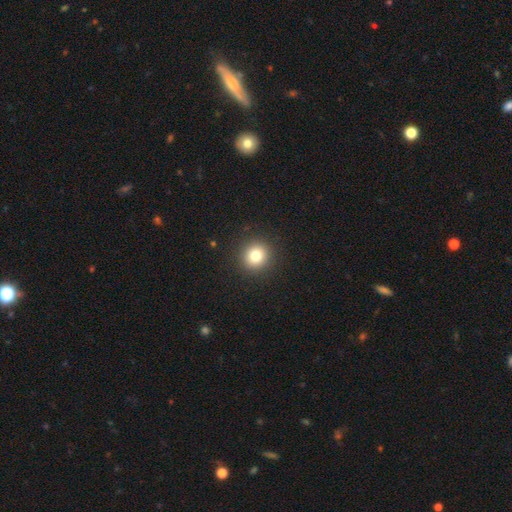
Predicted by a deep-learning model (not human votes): Morphology: type=smooth (80%); roundness=round (93%); merging=none (92%).